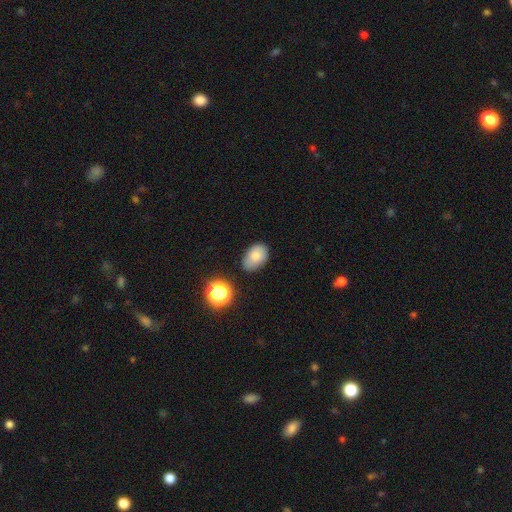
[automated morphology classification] Smooth or featured? smooth (80%)
How rounded? in between (85%)
Merging? none (74%)